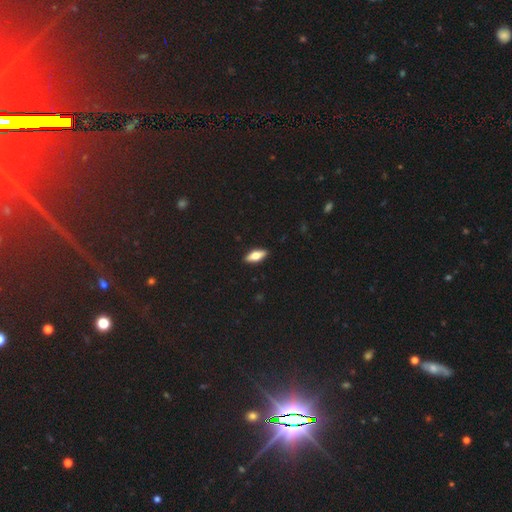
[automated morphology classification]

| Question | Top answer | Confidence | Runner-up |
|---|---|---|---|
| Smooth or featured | smooth | 63% | featured or disk (31%) |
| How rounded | in between | 72% | cigar-shaped (25%) |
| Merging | none | 91% | minor disturbance (7%) |